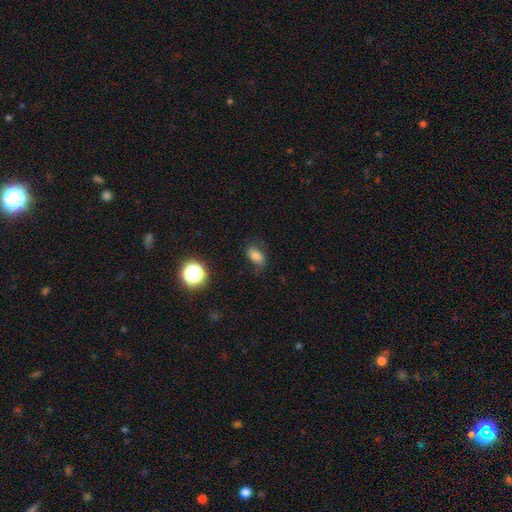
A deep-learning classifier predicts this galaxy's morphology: smooth_or_featured: smooth (p=0.76) [alt: star or artifact p=0.13]
how_rounded: in between (p=0.86) [alt: round p=0.11]
merging: none (p=0.74) [alt: minor disturbance p=0.19]